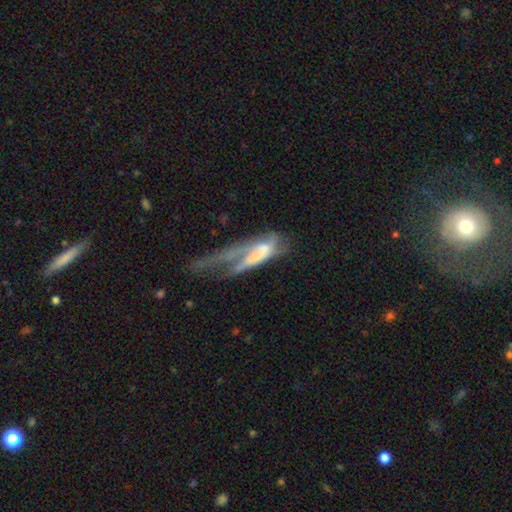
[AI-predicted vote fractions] featured or disk 59%, smooth 32%, star or artifact 9%. Down the decision tree: edge-on disk — no (79%); merging — major disturbance (56%).